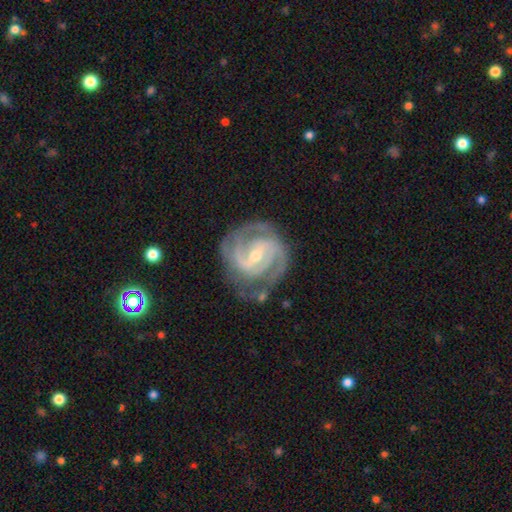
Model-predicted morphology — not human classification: Smooth or featured? featured or disk (91%)
Edge-on disk? no (98%)
Bar? weak (48%)
Spiral arms? yes (98%)
Spiral winding? tight (58%)
Spiral arm count? 2 (56%)
Bulge size? small (52%)
Merging? none (73%)